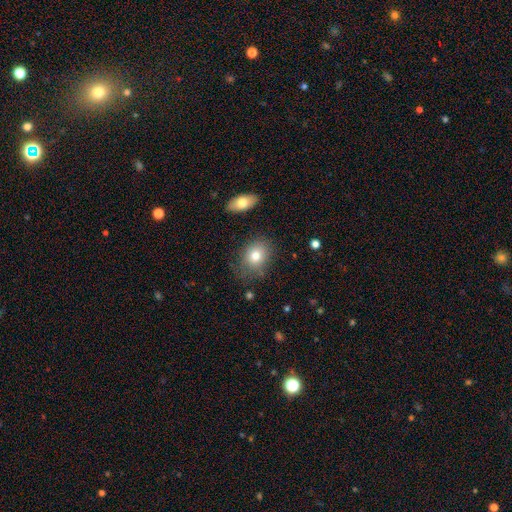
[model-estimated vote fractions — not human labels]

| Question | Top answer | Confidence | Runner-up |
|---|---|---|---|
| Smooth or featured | smooth | 77% | featured or disk (13%) |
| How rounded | in between | 57% | round (41%) |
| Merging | none | 72% | minor disturbance (18%) |